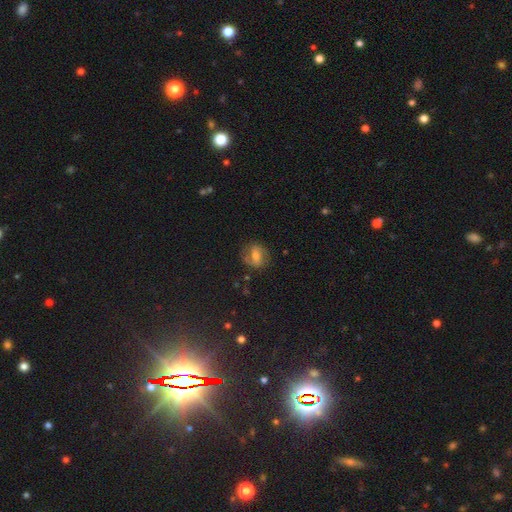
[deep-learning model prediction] Smooth or featured?
  - featured or disk: 50% *
  - smooth: 38%
  - star or artifact: 12%
Edge-on disk?
  - no: 95% *
  - yes: 5%
Merging?
  - none: 73% *
  - minor disturbance: 17%
  - major disturbance: 8%
  - merger: 2%